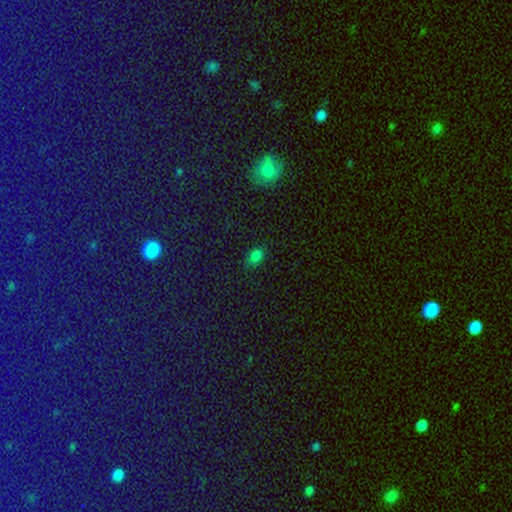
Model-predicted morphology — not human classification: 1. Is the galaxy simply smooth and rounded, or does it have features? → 78% smooth, 17% star or artifact, 5% featured or disk.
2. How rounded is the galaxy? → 85% in between, 13% round, 2% cigar-shaped.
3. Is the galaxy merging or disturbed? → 80% none, 15% minor disturbance, 3% major disturbance, 1% merger.